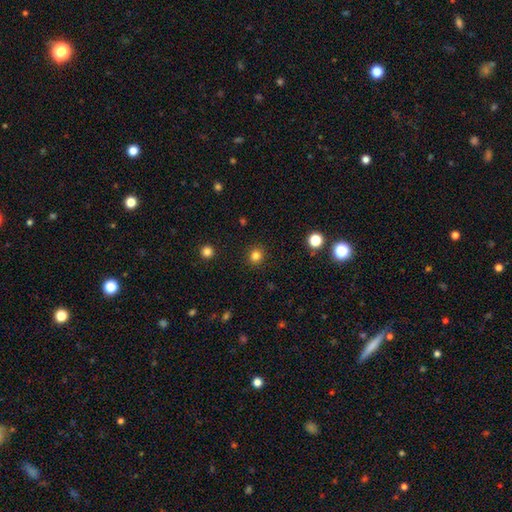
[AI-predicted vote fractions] Q: Smooth or featured?
A: smooth (81%); runner-up: star or artifact (14%)
Q: How rounded?
A: round (89%); runner-up: in between (10%)
Q: Merging?
A: none (90%); runner-up: minor disturbance (6%)